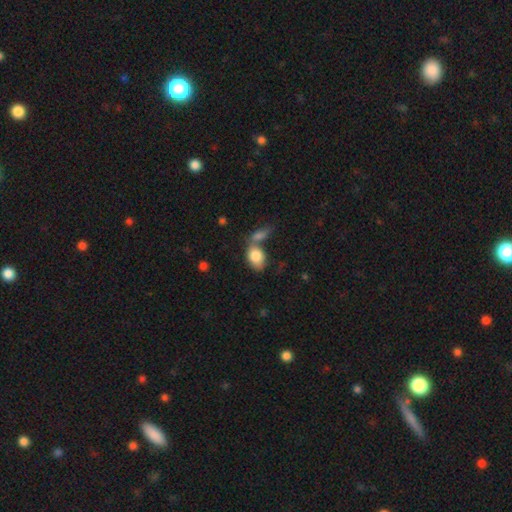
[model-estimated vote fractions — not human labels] The model was most divided on "merging": merger: 48%, none: 34%, minor disturbance: 12%, major disturbance: 6%. More confident: smooth or featured — smooth (83%); how rounded — in between (83%).